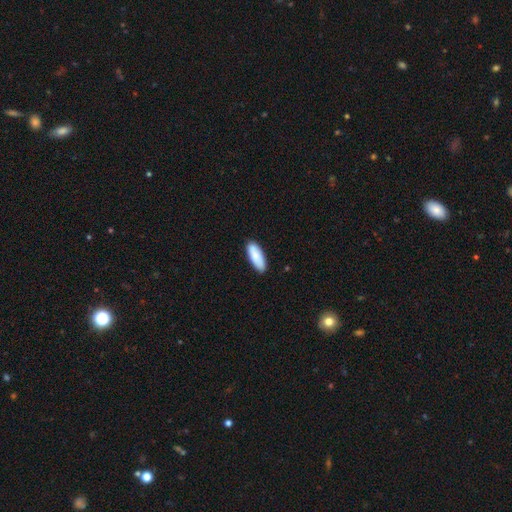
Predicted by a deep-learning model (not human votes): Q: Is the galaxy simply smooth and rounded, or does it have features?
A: smooth — 88%.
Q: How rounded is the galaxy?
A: in between — 71%.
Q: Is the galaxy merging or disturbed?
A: none — 87%.